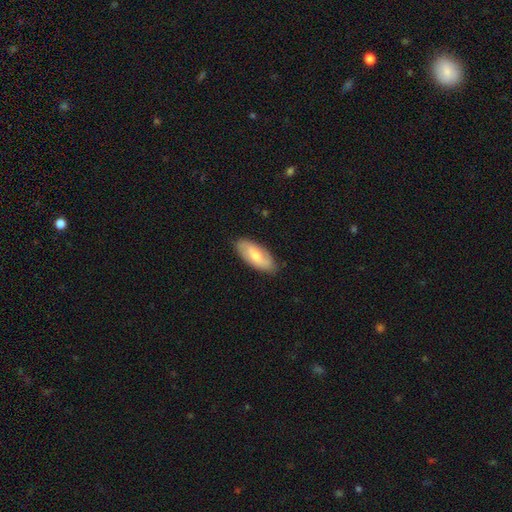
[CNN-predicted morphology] smooth_or_featured: smooth (p=0.67) [alt: featured or disk p=0.28]
how_rounded: in between (p=0.85) [alt: cigar-shaped p=0.13]
merging: none (p=0.85) [alt: minor disturbance p=0.12]